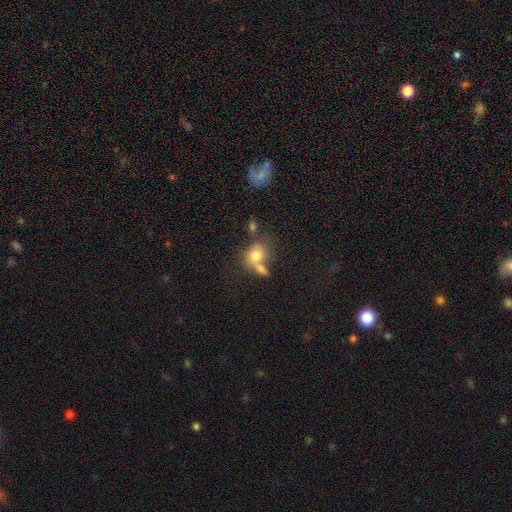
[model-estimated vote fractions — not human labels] smooth_or_featured: smooth (p=0.74) [alt: featured or disk p=0.16]
how_rounded: in between (p=0.52) [alt: round p=0.46]
merging: merger (p=0.47) [alt: none p=0.33]